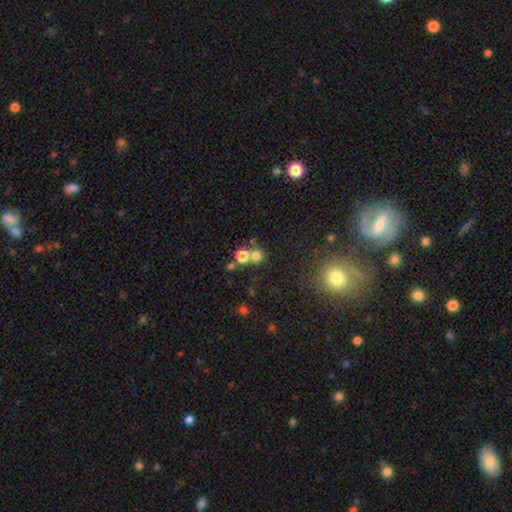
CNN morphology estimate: smooth-or-featured: smooth: 73% | star or artifact: 18% | featured or disk: 8%
  how-rounded: round: 90% | in between: 9% | cigar-shaped: 1%
  merging: none: 56% | merger: 34% | minor disturbance: 7% | major disturbance: 4%